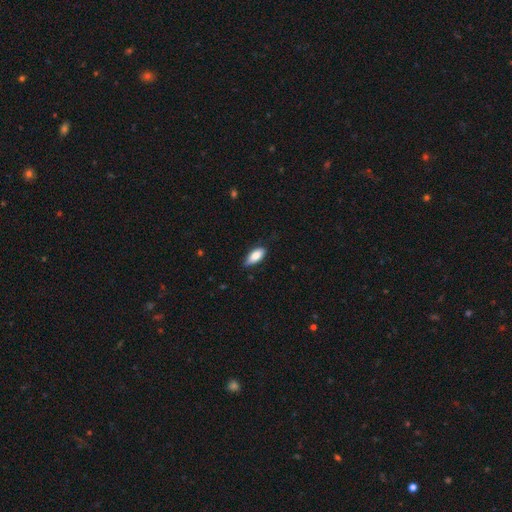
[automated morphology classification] This is clearly a smooth galaxy (82%). How rounded: clearly in between (84%). Merging: likely none (73%).